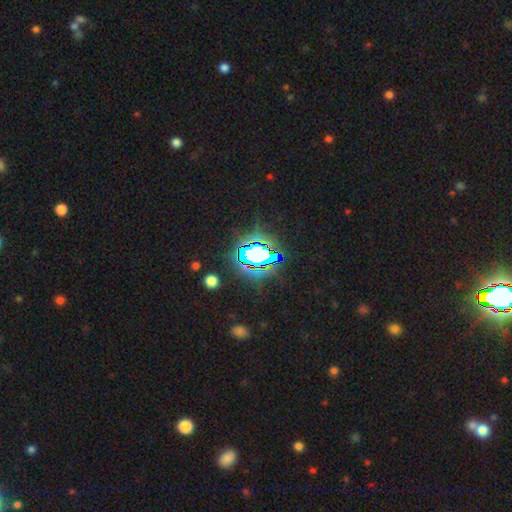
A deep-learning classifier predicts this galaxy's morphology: Smooth or featured? Predicted: star or artifact (p=0.73).